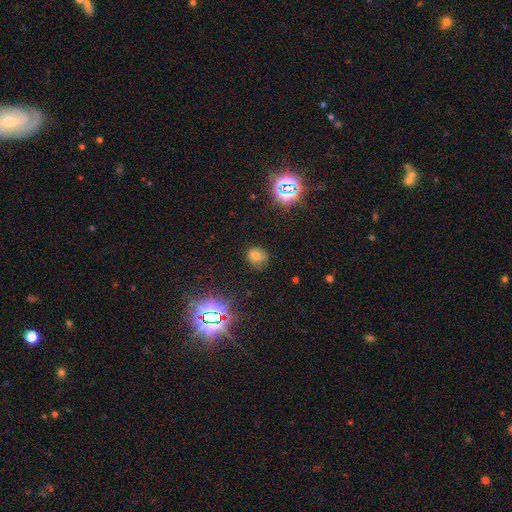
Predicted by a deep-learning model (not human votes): A smooth galaxy with no disk features (63%) that is round (62%). Merging: none (76%).